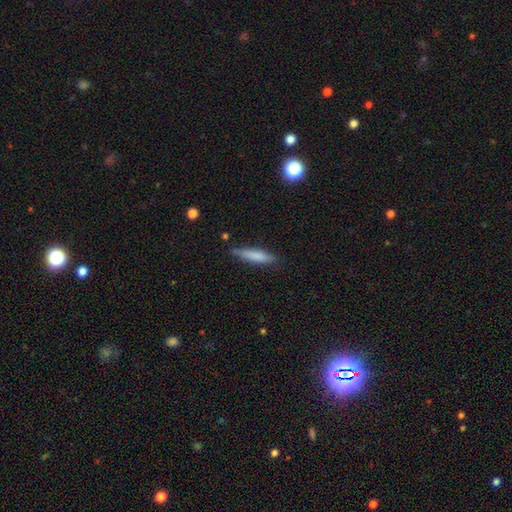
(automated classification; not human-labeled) The model was most divided on "smooth or featured": smooth: 77%, featured or disk: 17%, star or artifact: 6%. More confident: how rounded — cigar-shaped (80%); merging — none (78%).